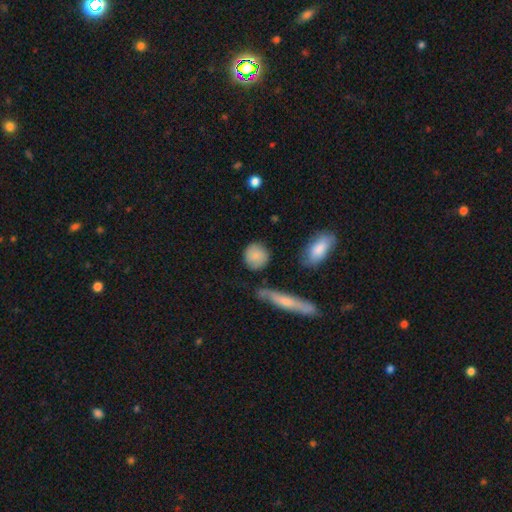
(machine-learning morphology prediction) Smooth or featured?
  - smooth: 83% *
  - featured or disk: 10%
  - star or artifact: 7%
How rounded?
  - round: 81% *
  - in between: 16%
  - cigar-shaped: 3%
Merging?
  - none: 80% *
  - minor disturbance: 12%
  - major disturbance: 4%
  - merger: 4%